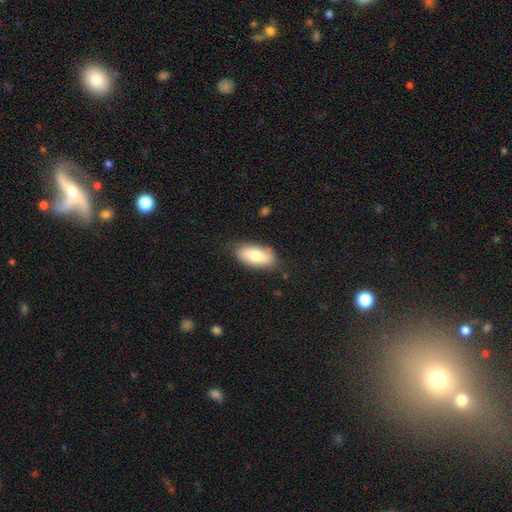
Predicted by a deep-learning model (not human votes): smooth 78%, featured or disk 16%, star or artifact 6%. Down the decision tree: how rounded — in between (90%); merging — none (81%).